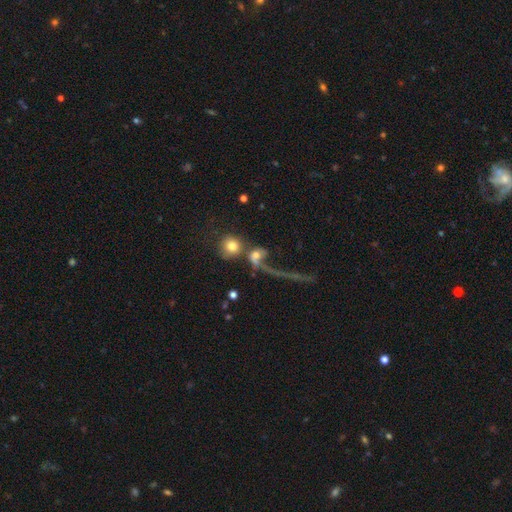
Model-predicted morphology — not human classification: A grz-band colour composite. It shows a smooth galaxy with no disk features (60%) that is round (71%). Merging: merger (45%).